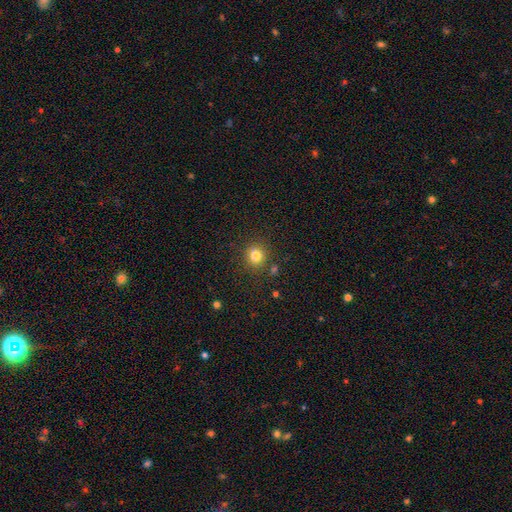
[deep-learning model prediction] Smooth or featured? Predicted: smooth (p=0.81). How rounded? Predicted: round (p=0.89). Merging? Predicted: none (p=0.84).